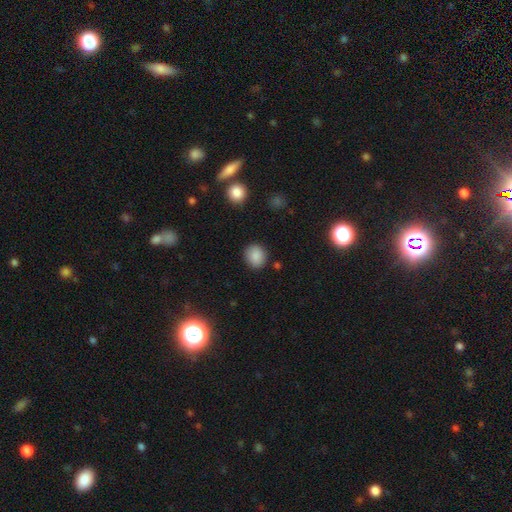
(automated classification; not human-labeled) smooth 87%, star or artifact 9%, featured or disk 4%. Down the decision tree: how rounded — round (76%); merging — none (86%).